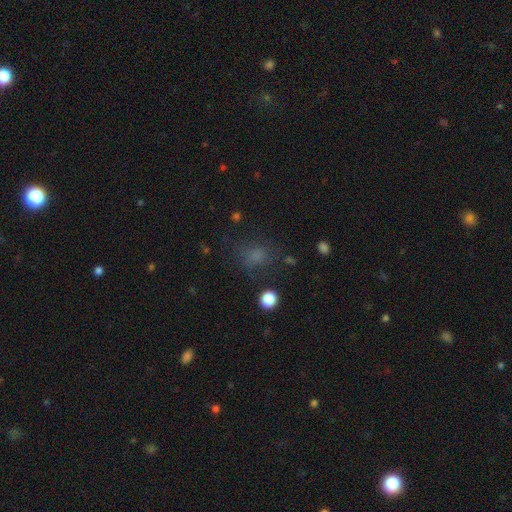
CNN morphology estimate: Smooth or featured?
  - smooth: 69% *
  - star or artifact: 22%
  - featured or disk: 10%
How rounded?
  - round: 57% *
  - in between: 42%
  - cigar-shaped: 2%
Merging?
  - none: 66% *
  - minor disturbance: 18%
  - major disturbance: 13%
  - merger: 3%